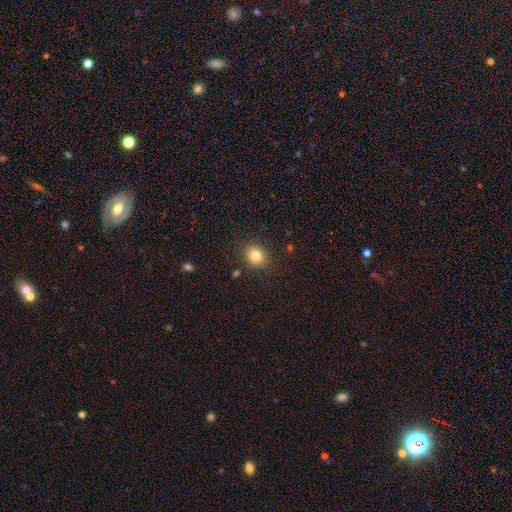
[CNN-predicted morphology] A smooth galaxy with no disk features (82%) that is round (70%).

Vote fractions:
- Smooth or featured? smooth: 82% / star or artifact: 11% / featured or disk: 6%
- How rounded? round: 70% / in between: 29% / cigar-shaped: 1%
- Merging? none: 87% / minor disturbance: 8% / major disturbance: 3% / merger: 2%